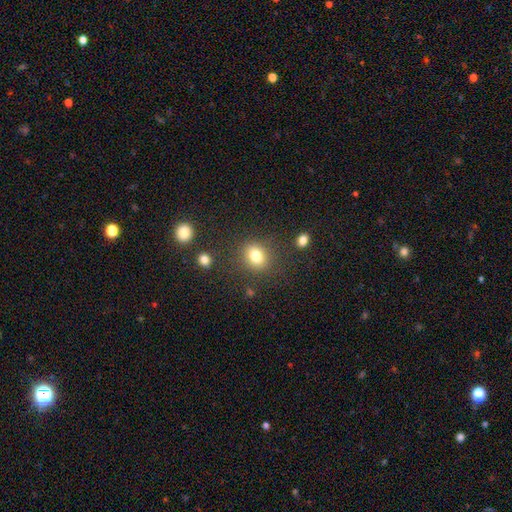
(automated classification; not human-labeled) Overall: smooth (80%). How rounded: round (64%; in between 35%). Merging: none (82%).